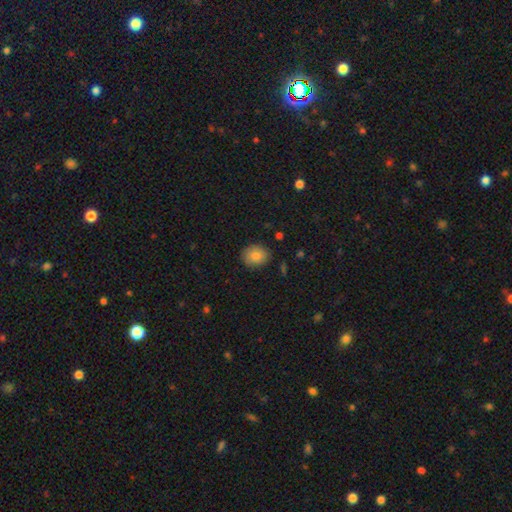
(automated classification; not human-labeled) Smooth or featured? smooth (84%)
How rounded? round (58%)
Merging? none (84%)